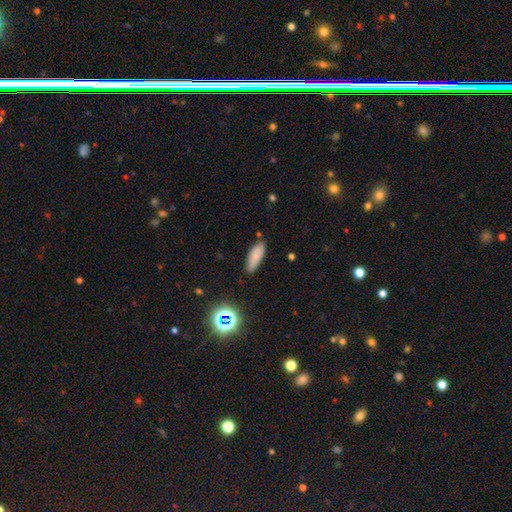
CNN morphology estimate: Smooth or featured?
  - smooth: 81% *
  - featured or disk: 9%
  - star or artifact: 9%
How rounded?
  - in between: 73% *
  - cigar-shaped: 25%
  - round: 2%
Merging?
  - none: 80% *
  - minor disturbance: 15%
  - major disturbance: 3%
  - merger: 2%